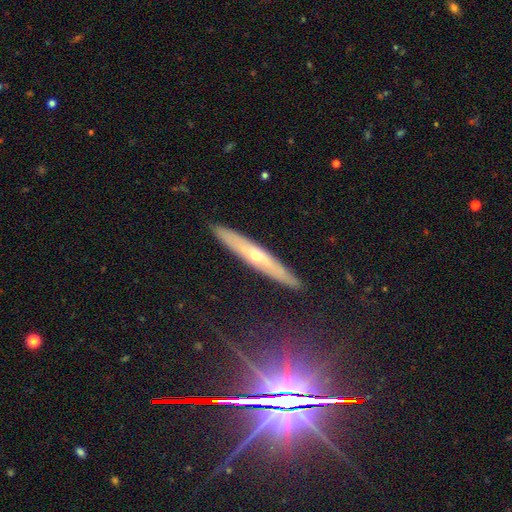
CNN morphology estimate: A featured or disk galaxy (60%) viewed edge-on (86%) with a rounded central bulge (77%). Merging: none (89%).